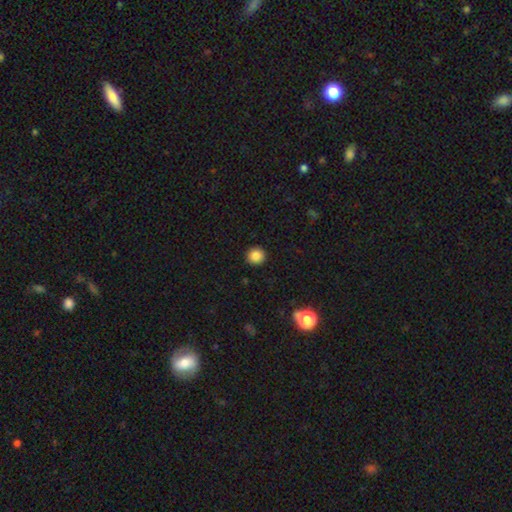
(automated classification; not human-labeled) This is clearly a smooth galaxy (85%). How rounded: clearly round (94%). Merging: clearly none (93%).